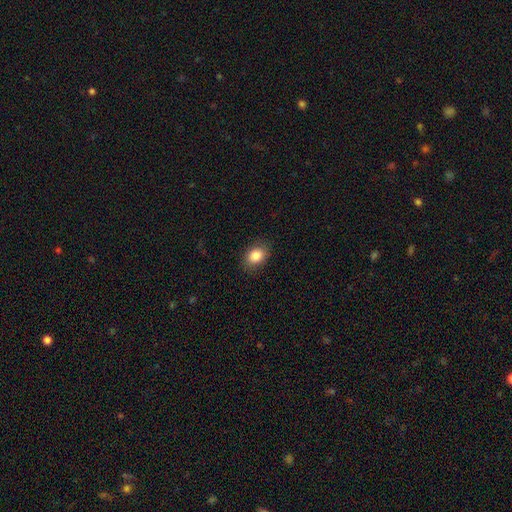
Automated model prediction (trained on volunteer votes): Smooth or featured?
  - smooth: 85% *
  - star or artifact: 9%
  - featured or disk: 6%
How rounded?
  - in between: 70% *
  - round: 29%
  - cigar-shaped: 1%
Merging?
  - none: 86% *
  - minor disturbance: 10%
  - major disturbance: 3%
  - merger: 1%